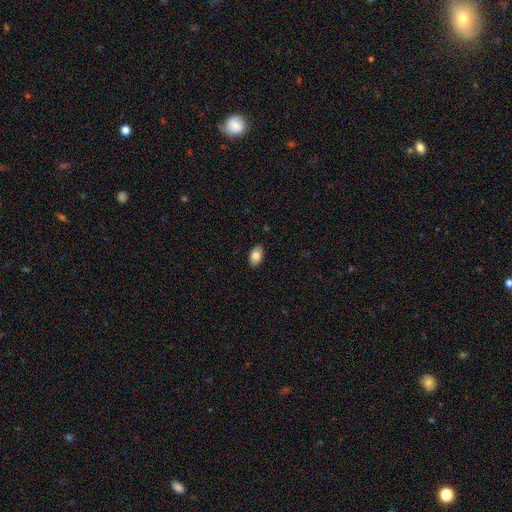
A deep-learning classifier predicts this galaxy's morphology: This is clearly a smooth galaxy (82%). How rounded: clearly in between (93%). Merging: clearly none (89%).